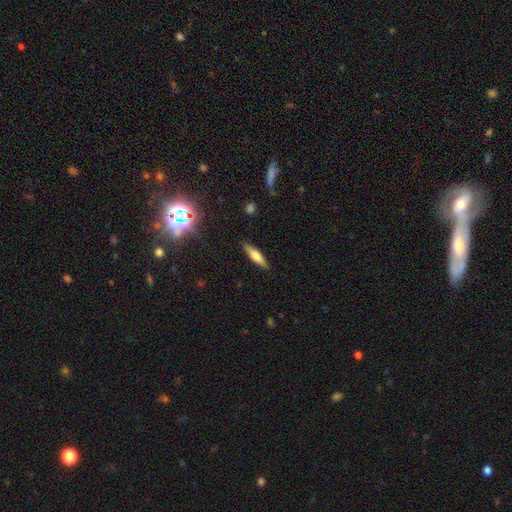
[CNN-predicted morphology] Q: Smooth or featured?
A: smooth (50%); runner-up: featured or disk (42%)
Q: Merging?
A: none (89%); runner-up: minor disturbance (8%)